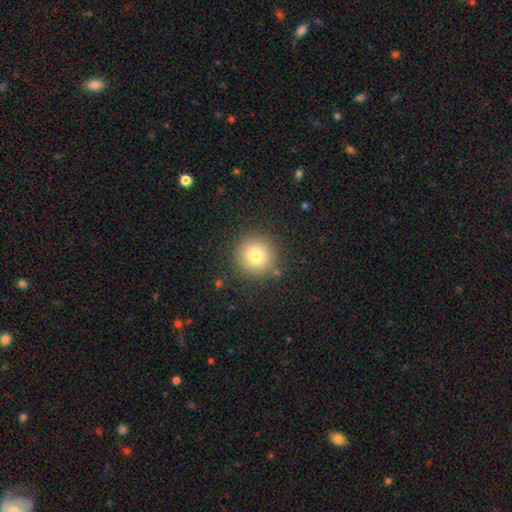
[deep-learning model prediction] Smooth or featured? Predicted: smooth (p=0.78). How rounded? Predicted: round (p=0.94). Merging? Predicted: none (p=0.88).